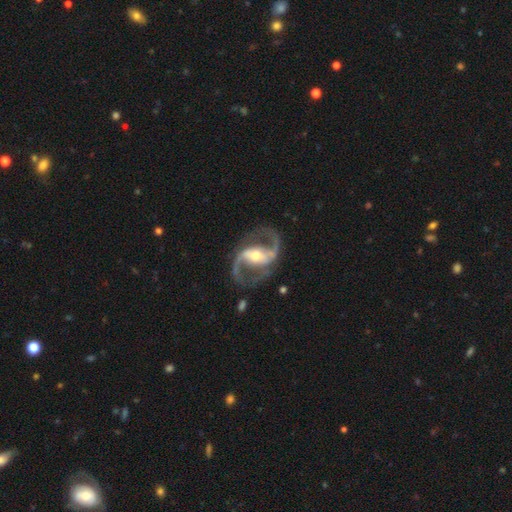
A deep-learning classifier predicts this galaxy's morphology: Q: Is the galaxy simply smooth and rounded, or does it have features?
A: featured or disk — 92%.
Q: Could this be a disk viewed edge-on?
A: no — 97%.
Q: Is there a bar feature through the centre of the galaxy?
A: strong — 51%.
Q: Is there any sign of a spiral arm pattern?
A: yes — 97%.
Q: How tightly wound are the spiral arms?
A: medium — 54%.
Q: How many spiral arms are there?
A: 2 — 94%.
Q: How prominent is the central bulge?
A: moderate — 60%.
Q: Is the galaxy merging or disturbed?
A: none — 81%.